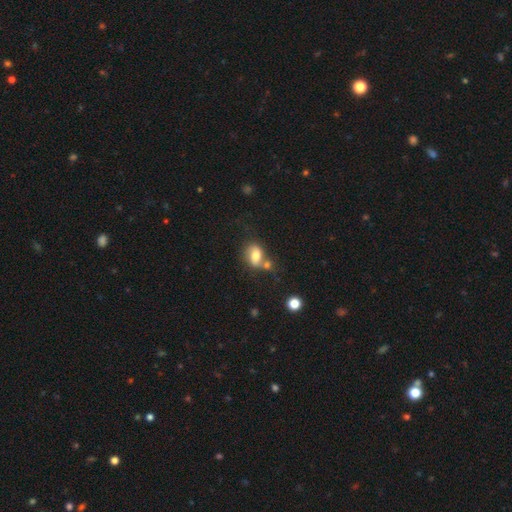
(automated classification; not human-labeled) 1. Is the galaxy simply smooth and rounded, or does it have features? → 71% smooth, 19% featured or disk, 10% star or artifact.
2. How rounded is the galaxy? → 73% in between, 25% round, 2% cigar-shaped.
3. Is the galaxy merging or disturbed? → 42% none, 34% merger, 17% minor disturbance, 7% major disturbance.